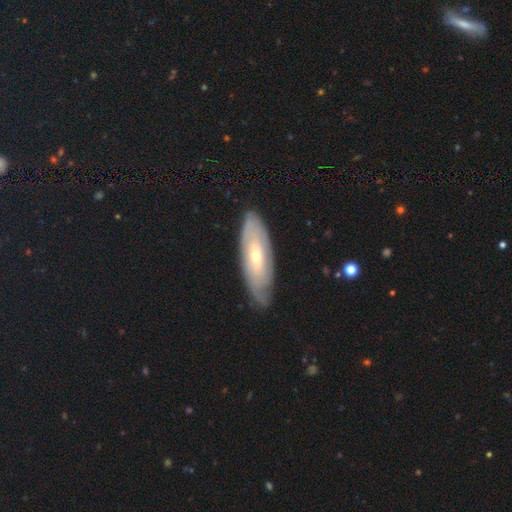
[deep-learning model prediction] Morphology: type=featured or disk (61%); edge-on=no (77%); merging=none (76%).